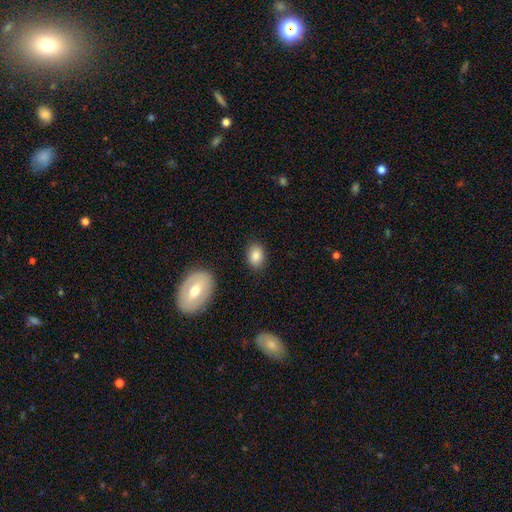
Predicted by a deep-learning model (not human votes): Smooth or featured: smooth — 84% (star or artifact — 8%)
How rounded: in between — 74% (round — 25%)
Merging: none — 86% (minor disturbance — 9%)